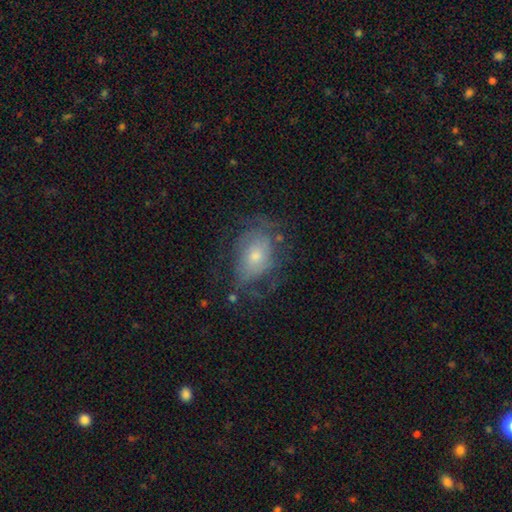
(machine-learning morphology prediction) This is possibly a featured or disk galaxy (53%). It is clearly not viewed edge-on (95%). Bar: likely no (78%). Spiral arm pattern: likely yes (61%). Central bulge: possibly small (46%). Merging: possibly none (51%).